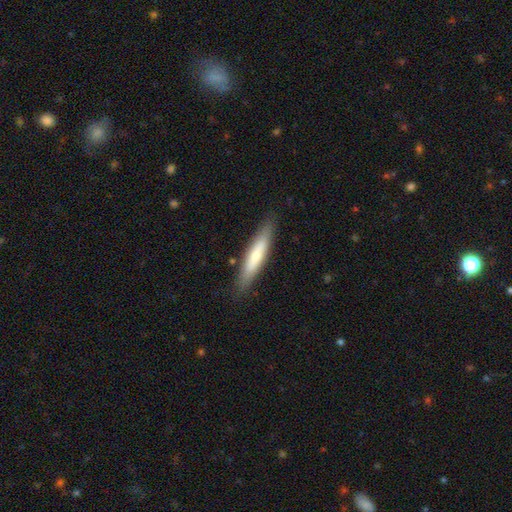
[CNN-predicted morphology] The model was most divided on "smooth or featured": smooth: 57%, featured or disk: 37%, star or artifact: 7%. More confident: how rounded — cigar-shaped (89%); merging — none (87%).